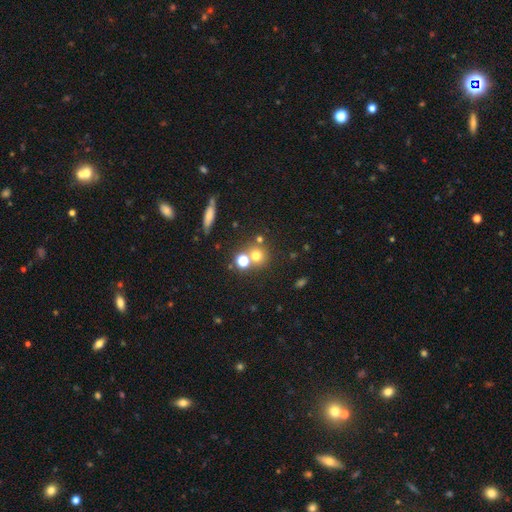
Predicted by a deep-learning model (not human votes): Smooth or featured? smooth (68%)
How rounded? round (88%)
Merging? none (61%)